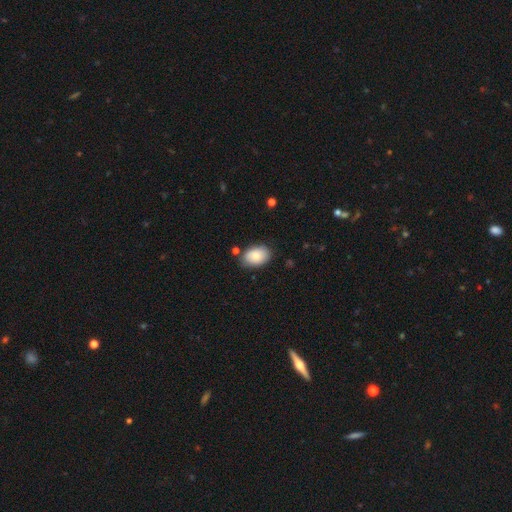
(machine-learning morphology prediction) This appears to be a smooth galaxy with no disk features (83%) that is in between round and cigar-shaped (87%). Merging: none (79%).